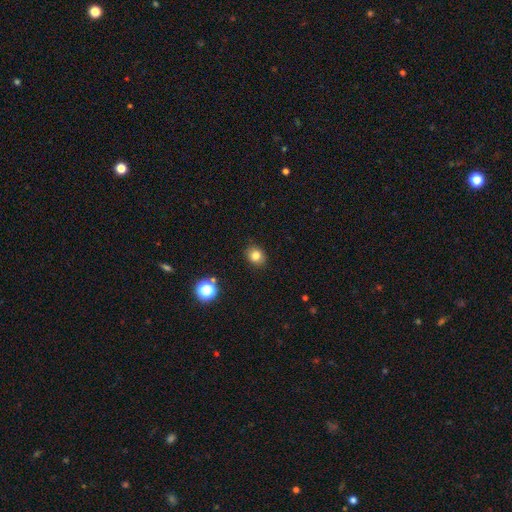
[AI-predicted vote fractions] smooth 80%, star or artifact 13%, featured or disk 7%. Down the decision tree: how rounded — round (65%); merging — none (88%).